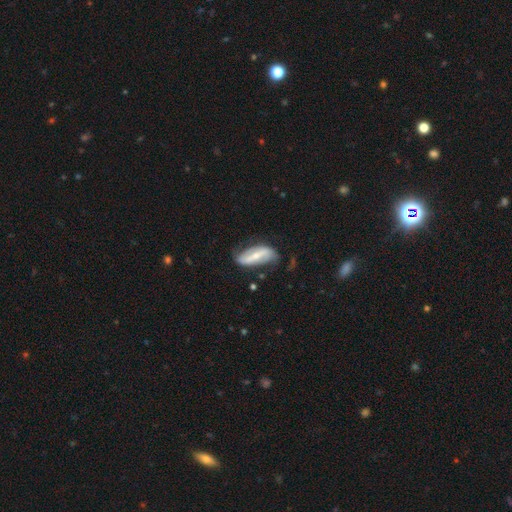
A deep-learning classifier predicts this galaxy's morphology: smooth_or_featured: featured or disk (p=0.72) [alt: smooth p=0.22]
disk_edge_on: no (p=0.89) [alt: yes p=0.11]
bar: strong (p=0.66) [alt: weak p=0.21]
has_spiral_arms: yes (p=0.79) [alt: no p=0.21]
spiral_winding: loose (p=0.58) [alt: medium p=0.26]
spiral_arm_count: 2 (p=0.85) [alt: can't tell p=0.09]
bulge_size: small (p=0.54) [alt: moderate p=0.40]
merging: none (p=0.62) [alt: minor disturbance p=0.26]